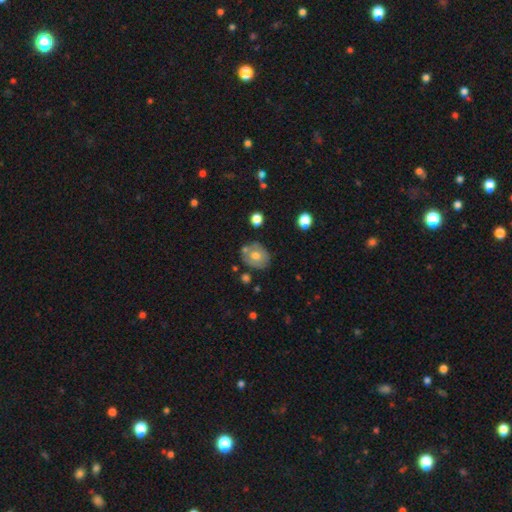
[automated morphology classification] The model was most divided on "how rounded": round: 63%, in between: 36%, cigar-shaped: 1%. More confident: merging — none (68%); smooth or featured — smooth (65%).